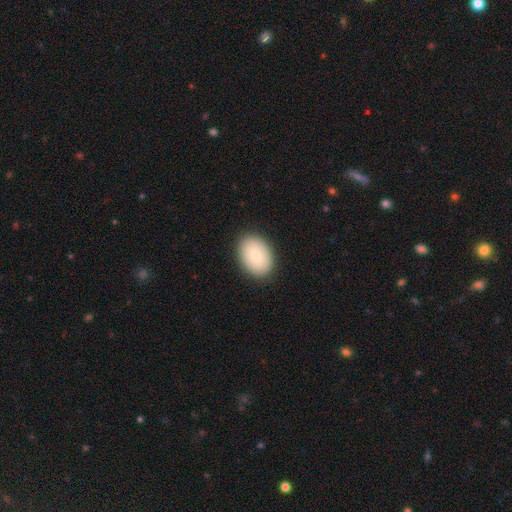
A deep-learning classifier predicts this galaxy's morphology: Smooth or featured: smooth — 85% (featured or disk — 9%)
How rounded: in between — 82% (round — 17%)
Merging: none — 89% (minor disturbance — 8%)